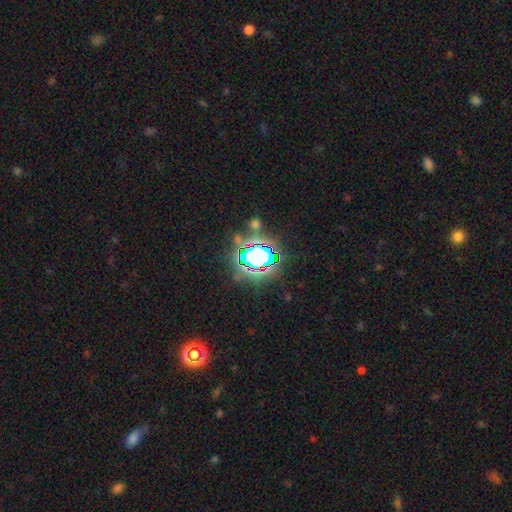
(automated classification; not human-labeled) The model was most divided on "smooth or featured": star or artifact: 68%, smooth: 20%, featured or disk: 13%.